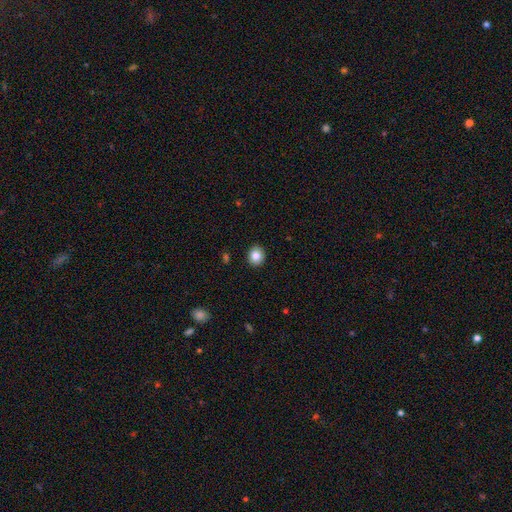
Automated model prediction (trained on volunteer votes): A smooth galaxy with no disk features (85%) that is round (72%).

Vote fractions:
- Smooth or featured? smooth: 85% / star or artifact: 9% / featured or disk: 6%
- How rounded? round: 72% / in between: 27% / cigar-shaped: 1%
- Merging? none: 91% / minor disturbance: 6% / major disturbance: 2% / merger: 1%